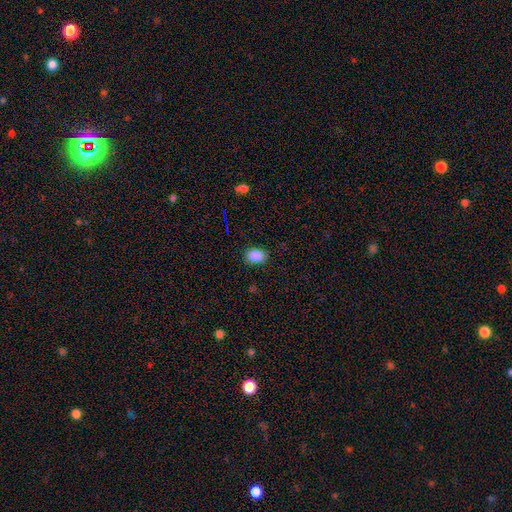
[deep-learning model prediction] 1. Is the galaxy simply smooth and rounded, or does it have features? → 87% smooth, 10% star or artifact, 4% featured or disk.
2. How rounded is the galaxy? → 78% in between, 21% round, 1% cigar-shaped.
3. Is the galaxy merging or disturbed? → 84% none, 12% minor disturbance, 3% major disturbance, 1% merger.